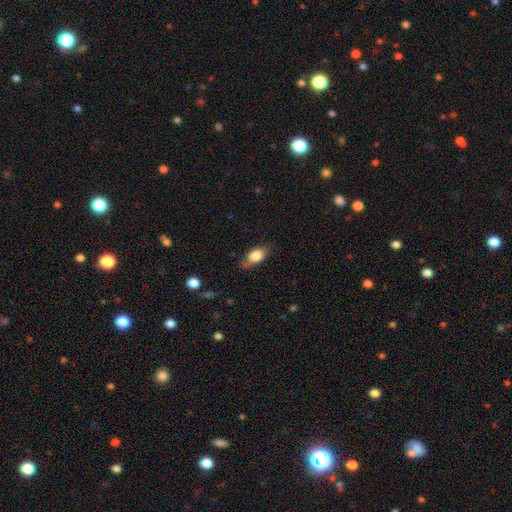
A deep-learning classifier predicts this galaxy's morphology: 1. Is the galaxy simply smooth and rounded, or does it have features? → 76% smooth, 17% featured or disk, 7% star or artifact.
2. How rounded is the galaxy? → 83% in between, 10% cigar-shaped, 8% round.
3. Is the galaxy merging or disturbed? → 69% none, 23% minor disturbance, 6% major disturbance, 2% merger.